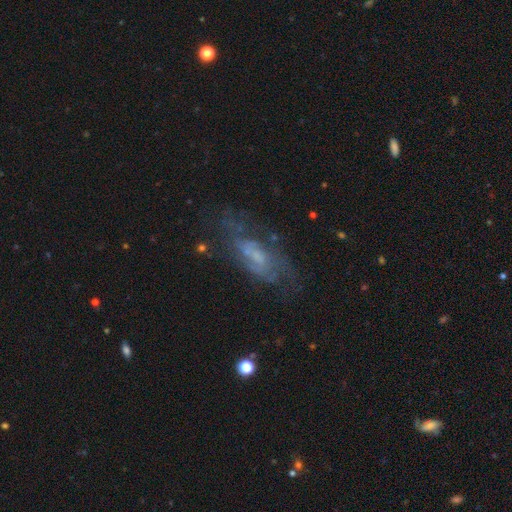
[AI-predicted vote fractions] This appears to be a featured or disk galaxy (66%) with no bar (53%), spiral arms (68%) and a small central bulge (44%). Merging: none (56%).